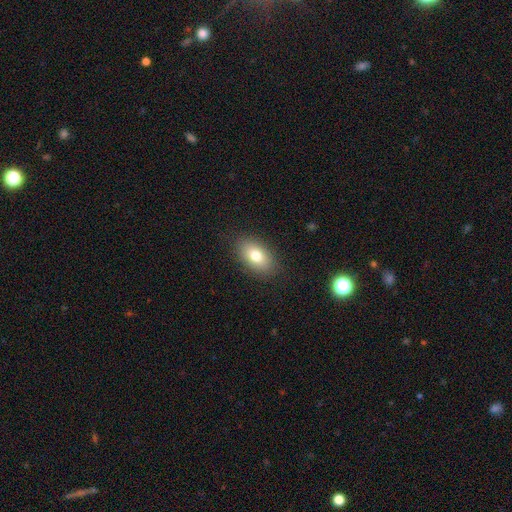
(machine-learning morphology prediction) This appears to be a smooth galaxy with no disk features (77%) that is in between round and cigar-shaped (89%). Merging: none (86%).